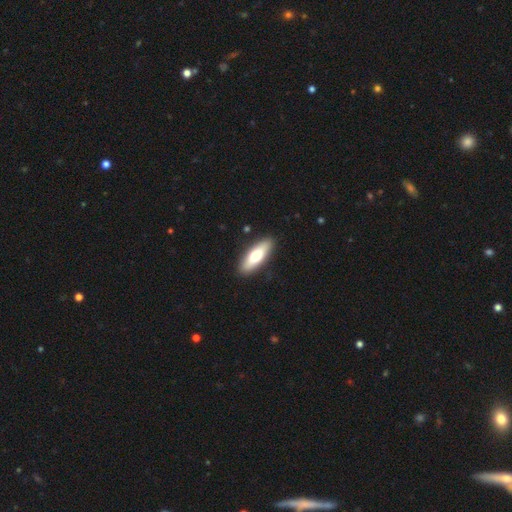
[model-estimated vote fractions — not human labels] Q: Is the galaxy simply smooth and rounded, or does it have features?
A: smooth — 68%.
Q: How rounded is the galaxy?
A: in between — 55%.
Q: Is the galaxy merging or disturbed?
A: none — 90%.